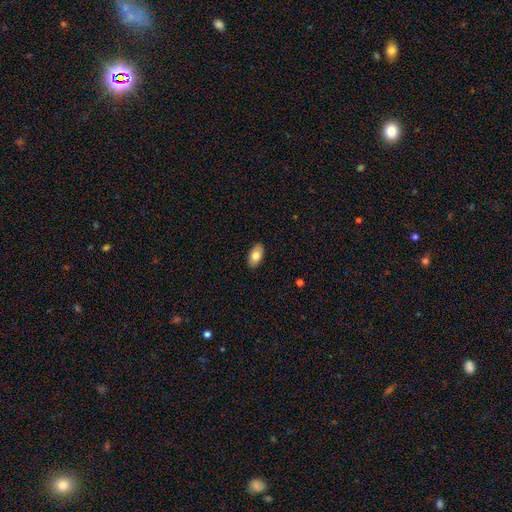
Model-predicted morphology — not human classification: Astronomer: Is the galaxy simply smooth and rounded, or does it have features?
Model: smooth — 80%.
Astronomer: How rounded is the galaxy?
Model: in between — 94%.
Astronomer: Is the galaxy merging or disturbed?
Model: none — 90%.